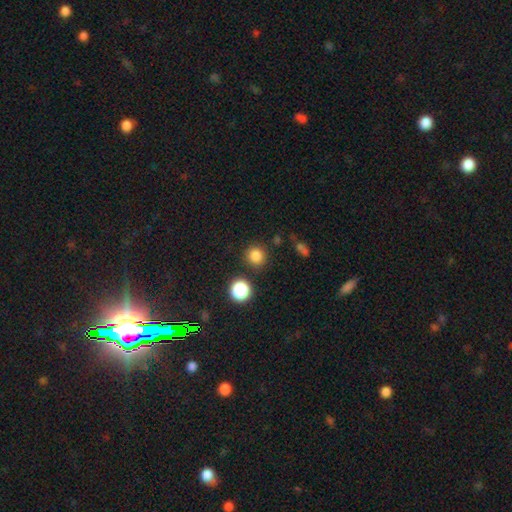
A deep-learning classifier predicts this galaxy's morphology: The model was most divided on "smooth or featured": smooth: 83%, star or artifact: 13%, featured or disk: 4%. More confident: how rounded — round (92%); merging — none (85%).